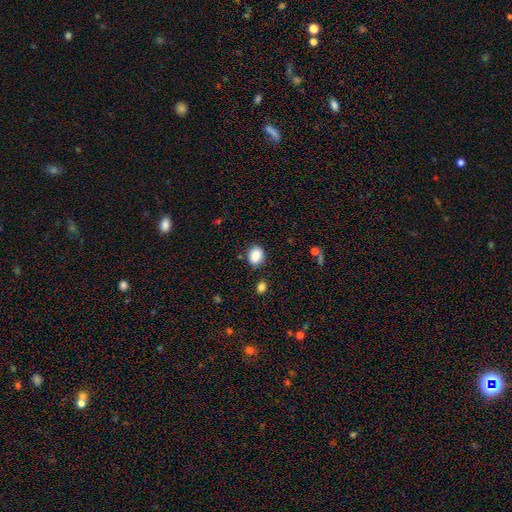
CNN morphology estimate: Overall: smooth (88%). How rounded: in between (58%; round 41%). Merging: none (78%).